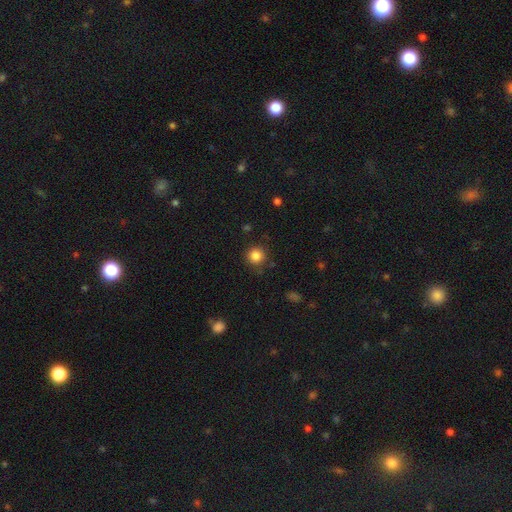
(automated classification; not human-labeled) Overall: smooth (85%). How rounded: round (94%). Merging: none (85%).